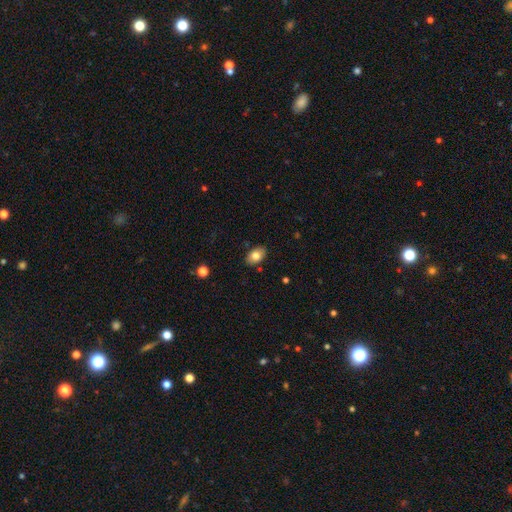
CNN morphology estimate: A smooth galaxy with no disk features (80%) that is in between round and cigar-shaped (88%).

Vote fractions:
- Smooth or featured? smooth: 80% / featured or disk: 12% / star or artifact: 8%
- How rounded? in between: 88% / round: 11% / cigar-shaped: 1%
- Merging? none: 86% / minor disturbance: 10% / major disturbance: 2% / merger: 2%